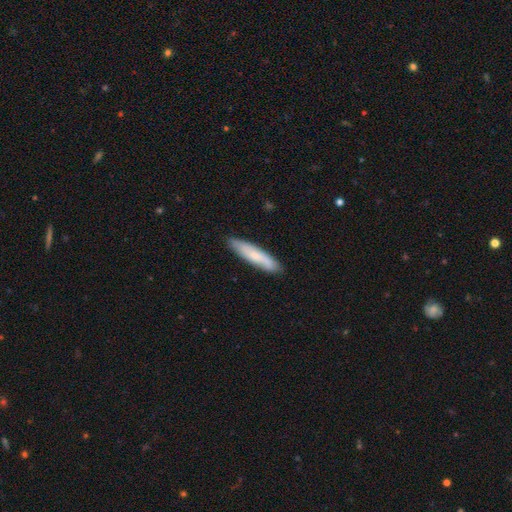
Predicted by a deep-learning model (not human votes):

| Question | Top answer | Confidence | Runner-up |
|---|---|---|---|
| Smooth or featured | smooth | 65% | featured or disk (29%) |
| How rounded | cigar-shaped | 84% | in between (15%) |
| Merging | none | 85% | minor disturbance (12%) |